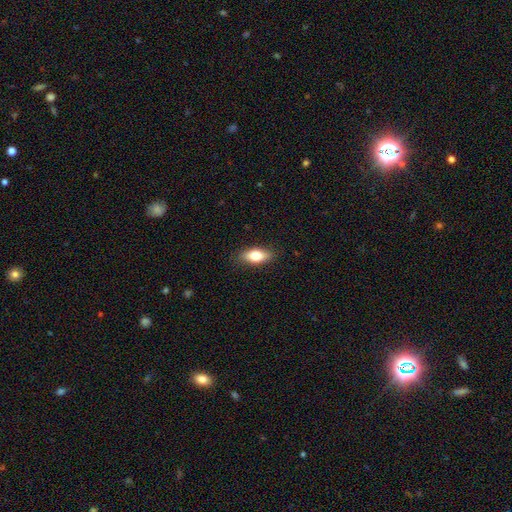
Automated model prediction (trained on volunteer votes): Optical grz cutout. It shows a smooth galaxy with no disk features (73%) that is in between round and cigar-shaped (79%). Merging: none (86%).